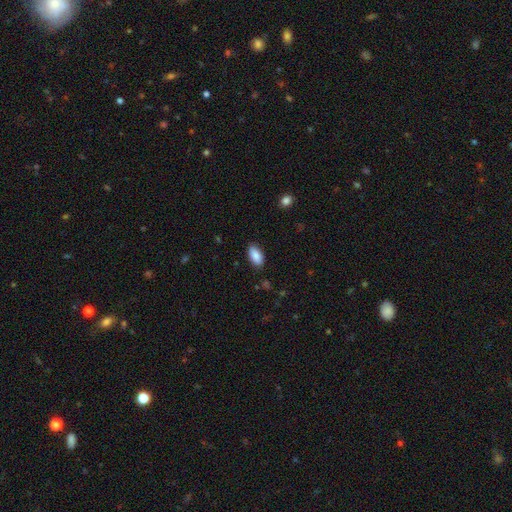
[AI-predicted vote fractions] A smooth galaxy with no disk features (87%) that is in between round and cigar-shaped (92%). Merging: none (87%).